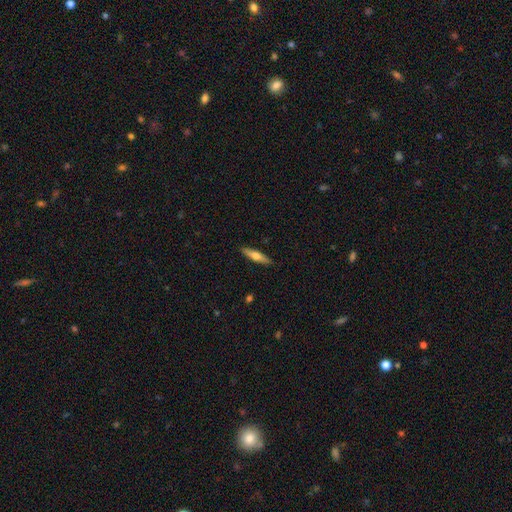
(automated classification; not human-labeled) Overall: smooth (49%; featured or disk 45%). Merging: none (90%).